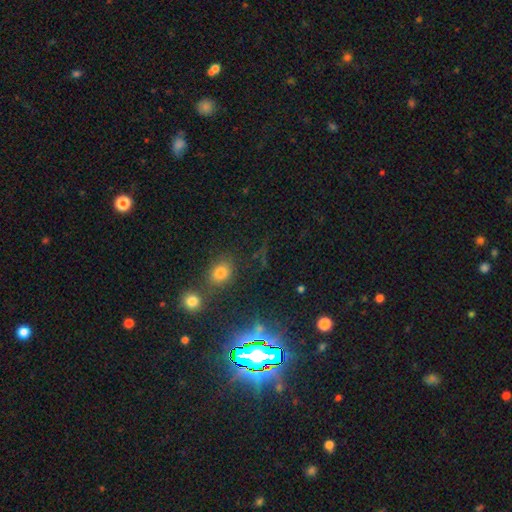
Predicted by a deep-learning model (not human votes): Smooth or featured? star or artifact (66%)